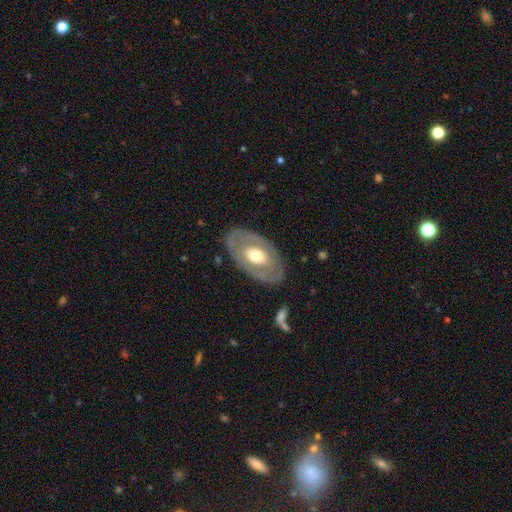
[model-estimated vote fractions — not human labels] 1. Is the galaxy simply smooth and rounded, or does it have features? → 55% featured or disk, 40% smooth, 5% star or artifact.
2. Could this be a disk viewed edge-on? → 89% no, 11% yes.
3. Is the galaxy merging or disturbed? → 81% none, 12% minor disturbance, 5% major disturbance, 1% merger.